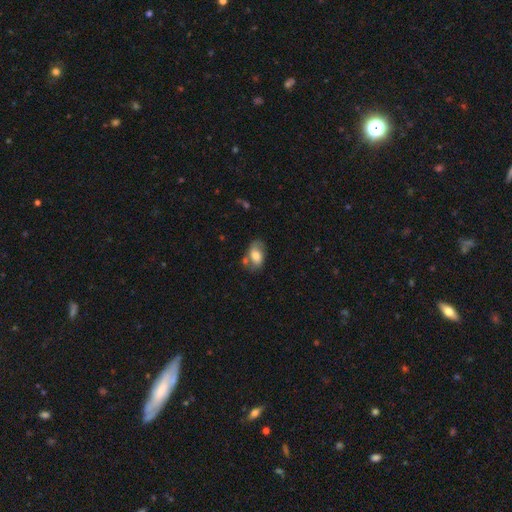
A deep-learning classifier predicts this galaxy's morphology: A smooth galaxy with no disk features (61%) that is in between round and cigar-shaped (88%). Merging: none (52%).